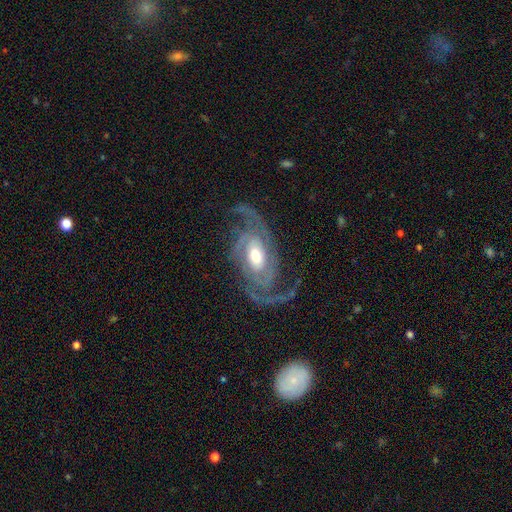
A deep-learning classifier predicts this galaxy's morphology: featured or disk 91%, smooth 4%, star or artifact 4%. Down the decision tree: edge-on disk — no (96%); bar — no (51%); spiral arms — yes (98%); spiral arm count — 2 (46%); spiral winding — medium (47%); bulge size — moderate (67%); merging — none (67%).